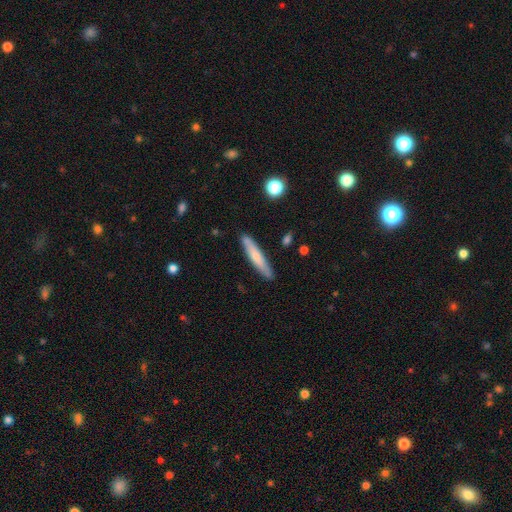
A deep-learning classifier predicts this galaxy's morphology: type=smooth (62%); roundness=cigar-shaped (91%); merging=none (87%).